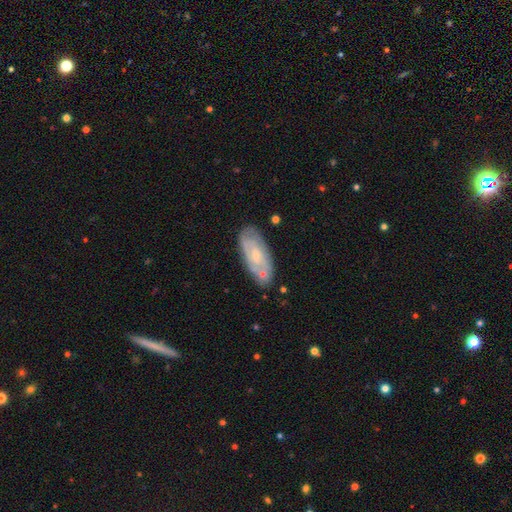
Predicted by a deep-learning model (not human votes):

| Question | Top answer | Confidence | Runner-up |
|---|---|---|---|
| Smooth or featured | featured or disk | 55% | smooth (38%) |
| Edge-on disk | no | 89% | yes (11%) |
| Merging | none | 67% | minor disturbance (20%) |